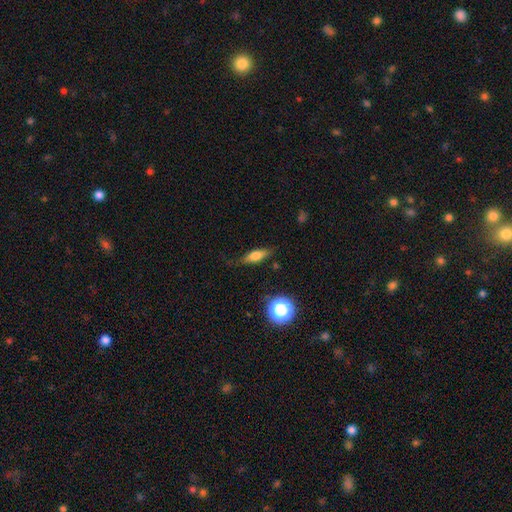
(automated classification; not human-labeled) A smooth galaxy with no disk features (59%) that is in between round and cigar-shaped (50%).

Vote fractions:
- Smooth or featured? smooth: 59% / featured or disk: 31% / star or artifact: 10%
- How rounded? in between: 50% / cigar-shaped: 43% / round: 7%
- Merging? none: 76% / minor disturbance: 17% / major disturbance: 5% / merger: 2%